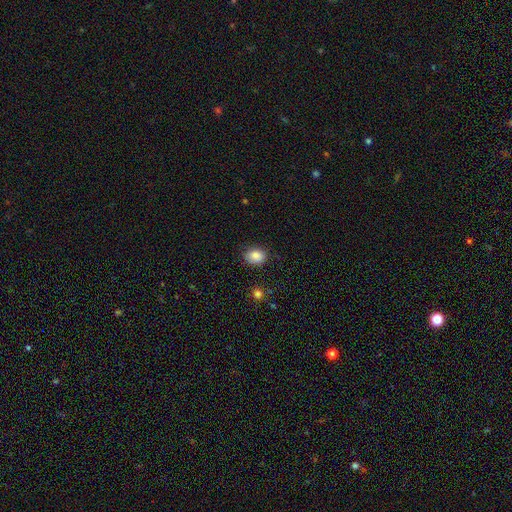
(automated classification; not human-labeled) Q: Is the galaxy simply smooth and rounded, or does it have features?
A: smooth — 85%.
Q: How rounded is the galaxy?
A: in between — 57%.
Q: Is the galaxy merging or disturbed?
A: none — 80%.